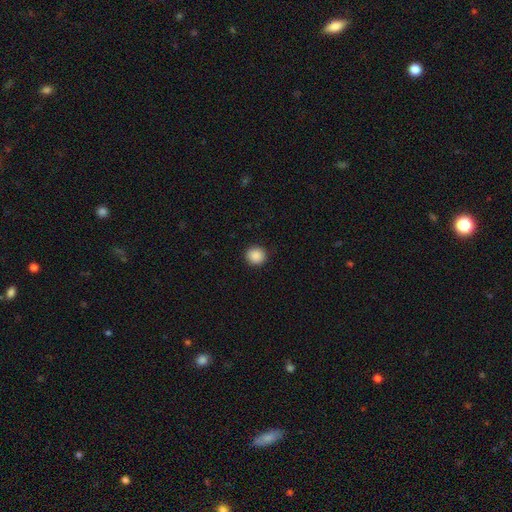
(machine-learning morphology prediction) smooth 89%, star or artifact 9%, featured or disk 2%. Down the decision tree: how rounded — round (89%); merging — none (92%).